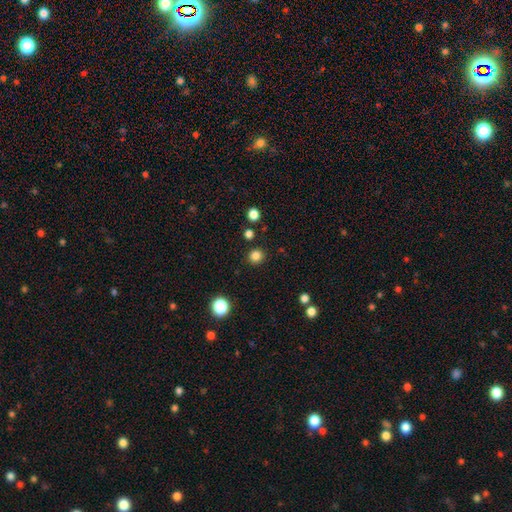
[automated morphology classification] Smooth or featured?
  - smooth: 83% *
  - star or artifact: 14%
  - featured or disk: 4%
How rounded?
  - round: 92% *
  - in between: 7%
  - cigar-shaped: 1%
Merging?
  - none: 90% *
  - minor disturbance: 6%
  - merger: 2%
  - major disturbance: 2%